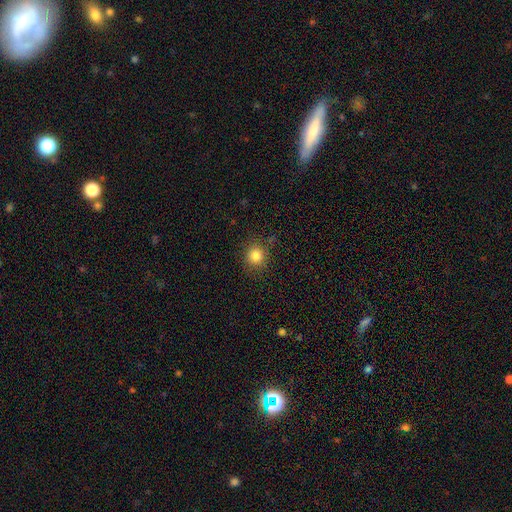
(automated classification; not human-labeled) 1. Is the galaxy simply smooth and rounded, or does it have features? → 82% smooth, 12% star or artifact, 6% featured or disk.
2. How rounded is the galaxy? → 87% round, 12% in between, 1% cigar-shaped.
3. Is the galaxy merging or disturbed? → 86% none, 9% minor disturbance, 3% major disturbance, 2% merger.